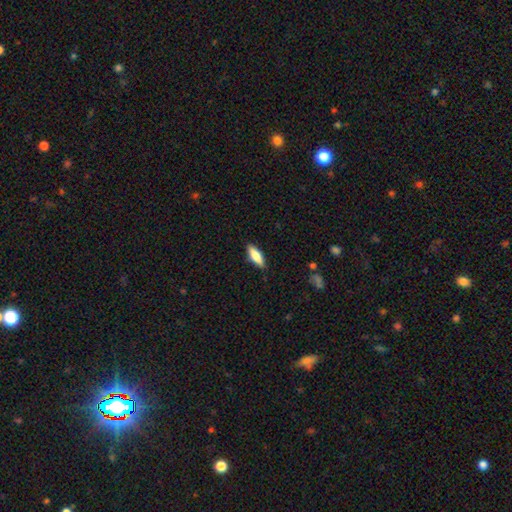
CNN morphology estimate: The model was most divided on "how rounded": in between: 58%, cigar-shaped: 40%, round: 2%. More confident: merging — none (87%); smooth or featured — smooth (75%).